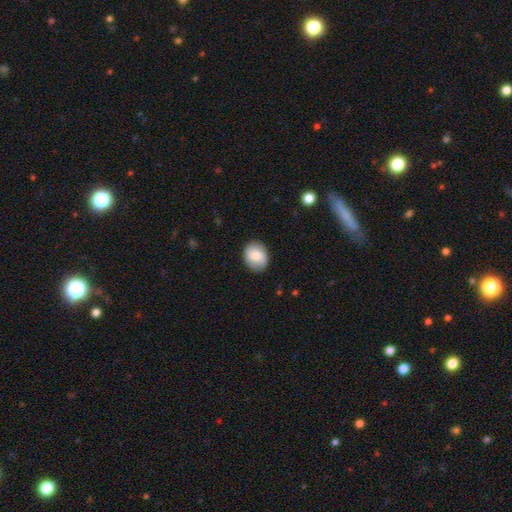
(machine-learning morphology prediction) Smooth or featured?
  - smooth: 78% *
  - featured or disk: 15%
  - star or artifact: 7%
How rounded?
  - in between: 50% *
  - round: 49%
  - cigar-shaped: 1%
Merging?
  - none: 85% *
  - minor disturbance: 12%
  - major disturbance: 3%
  - merger: 1%